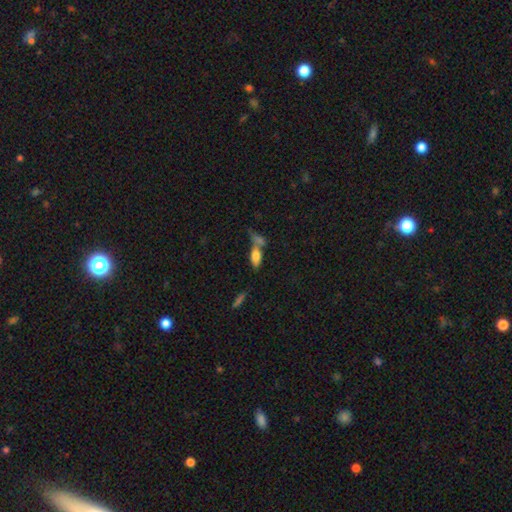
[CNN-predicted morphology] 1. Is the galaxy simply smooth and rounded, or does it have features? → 74% smooth, 17% featured or disk, 9% star or artifact.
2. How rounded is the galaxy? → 78% in between, 19% cigar-shaped, 3% round.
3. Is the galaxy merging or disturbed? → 45% merger, 38% none, 11% minor disturbance, 6% major disturbance.